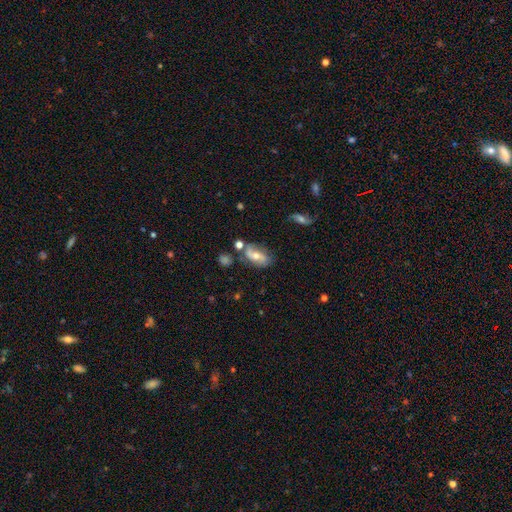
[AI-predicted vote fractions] Smooth or featured: featured or disk — 54% (smooth — 37%)
Edge-on disk: no — 90% (yes — 10%)
Merging: none — 62% (minor disturbance — 21%)